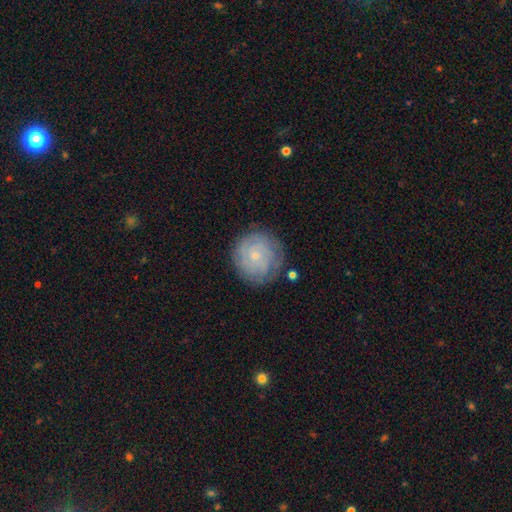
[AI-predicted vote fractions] Overall: featured or disk (56%; smooth 36%). Edge-on disk: no (98%). Bar: no (85%). Spiral arms: yes (81%). Bulge size: small (82%). Merging: none (79%).